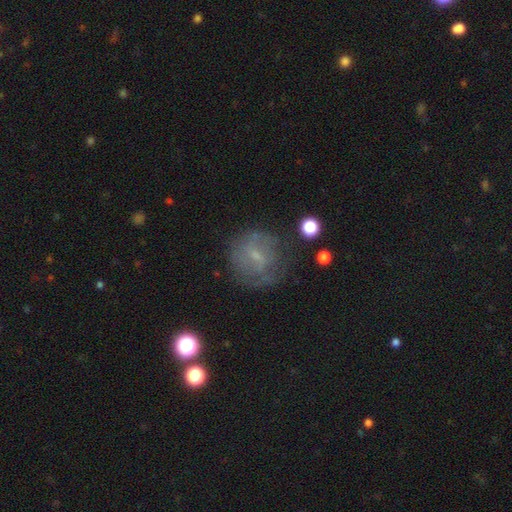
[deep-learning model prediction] Overall: featured or disk (45%; smooth 40%). Merging: none (65%).